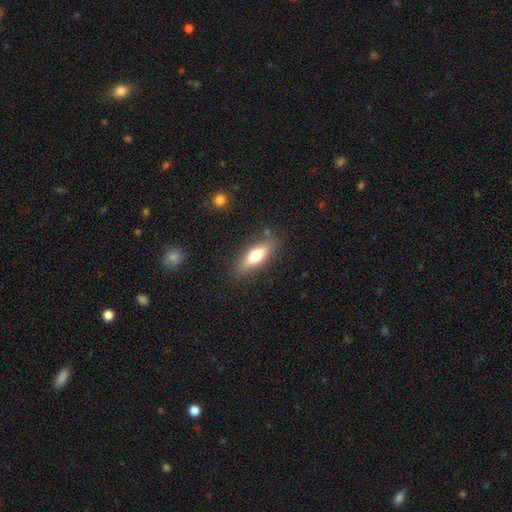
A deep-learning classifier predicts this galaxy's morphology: smooth 61%, featured or disk 32%, star or artifact 7%. Down the decision tree: how rounded — in between (50%); merging — none (84%).